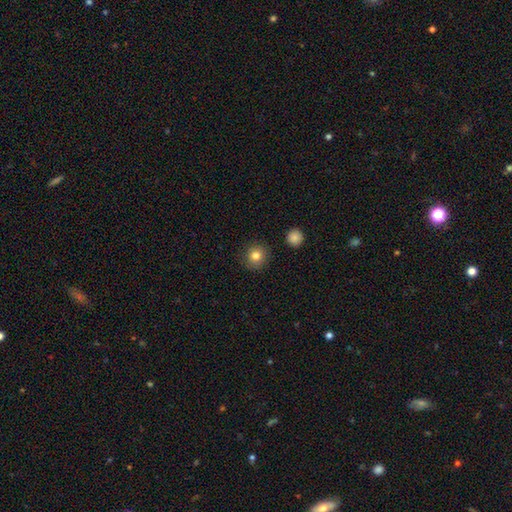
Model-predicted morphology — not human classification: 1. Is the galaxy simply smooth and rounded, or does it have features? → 81% smooth, 11% star or artifact, 8% featured or disk.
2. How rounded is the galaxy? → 93% round, 7% in between, 1% cigar-shaped.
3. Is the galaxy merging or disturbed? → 90% none, 6% minor disturbance, 2% major disturbance, 2% merger.